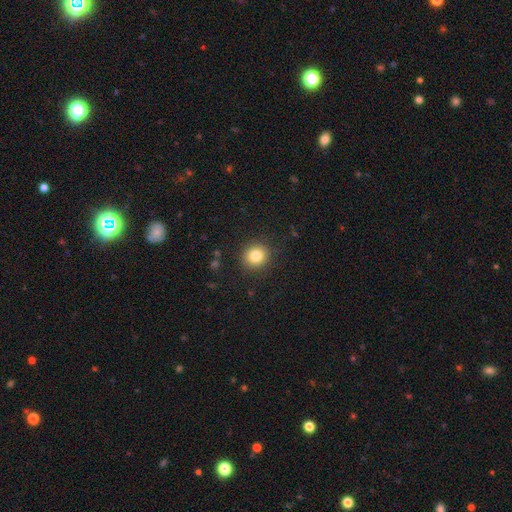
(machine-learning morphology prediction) Smooth or featured?
  - smooth: 82% *
  - star or artifact: 11%
  - featured or disk: 7%
How rounded?
  - round: 89% *
  - in between: 10%
  - cigar-shaped: 1%
Merging?
  - none: 89% *
  - minor disturbance: 7%
  - major disturbance: 3%
  - merger: 1%